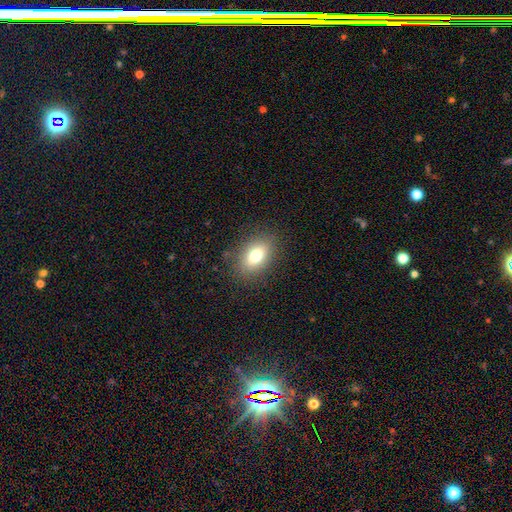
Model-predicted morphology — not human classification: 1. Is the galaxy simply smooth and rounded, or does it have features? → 75% smooth, 14% featured or disk, 11% star or artifact.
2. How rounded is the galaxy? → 82% in between, 15% round, 3% cigar-shaped.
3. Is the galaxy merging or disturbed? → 85% none, 11% minor disturbance, 4% major disturbance, 1% merger.